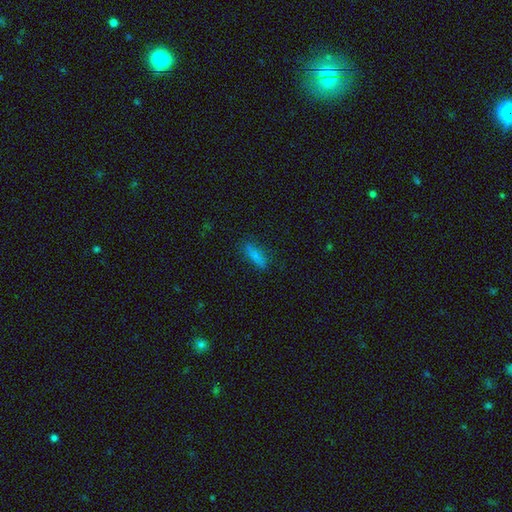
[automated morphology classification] type=smooth (79%); roundness=in between (50%); merging=none (78%).